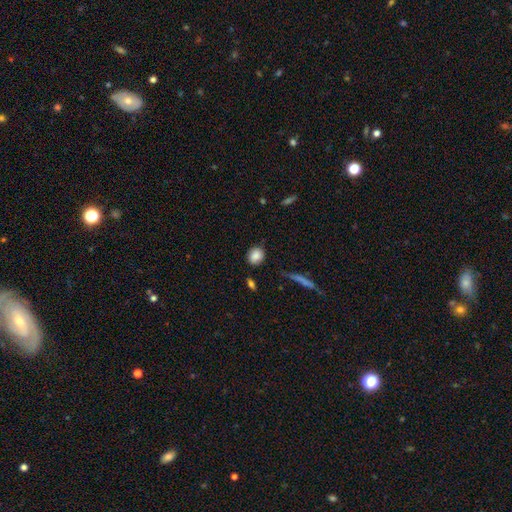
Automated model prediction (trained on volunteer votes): smooth_or_featured: smooth (p=0.86) [alt: star or artifact p=0.08]
how_rounded: round (p=0.63) [alt: in between p=0.35]
merging: none (p=0.82) [alt: minor disturbance p=0.12]